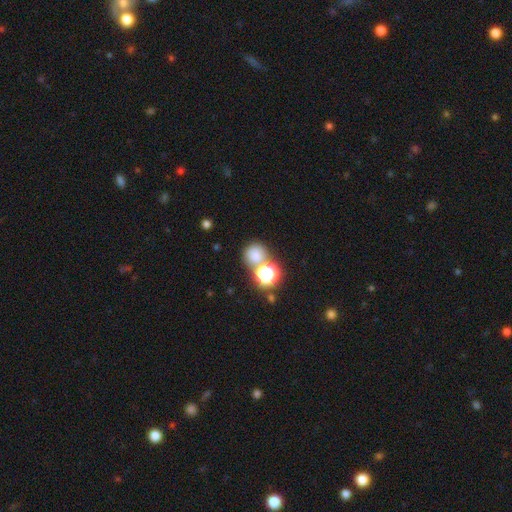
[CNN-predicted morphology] type=smooth (72%); roundness=round (86%); merging=none (57%).